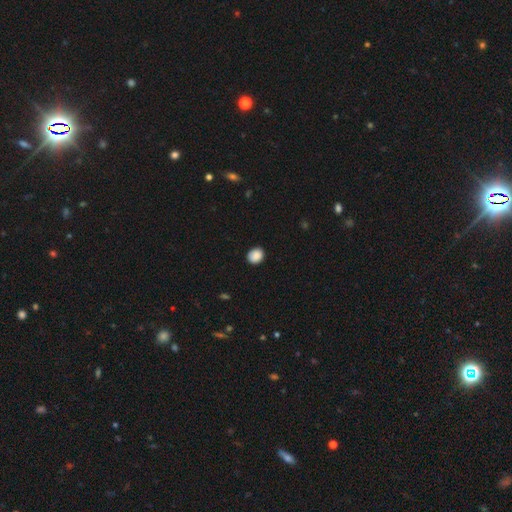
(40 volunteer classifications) smooth_or_featured: smooth (p=0.90) [alt: featured or disk p=0.05]
how_rounded: round (p=0.75) [alt: in between p=0.25]
merging: none (p=0.95) [alt: minor disturbance p=0.05]